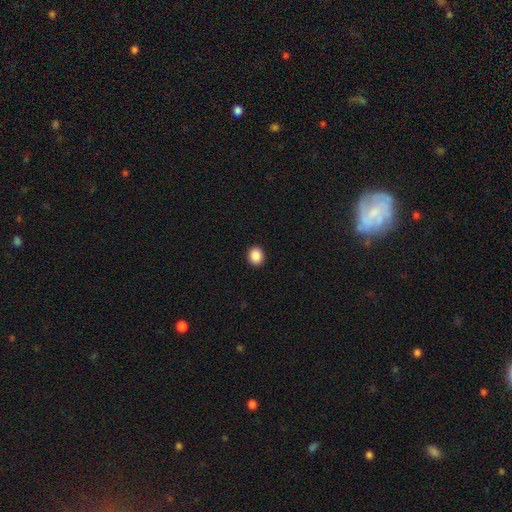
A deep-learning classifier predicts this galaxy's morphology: The model was most divided on "how rounded": round: 72%, in between: 27%, cigar-shaped: 1%. More confident: merging — none (92%); smooth or featured — smooth (89%).